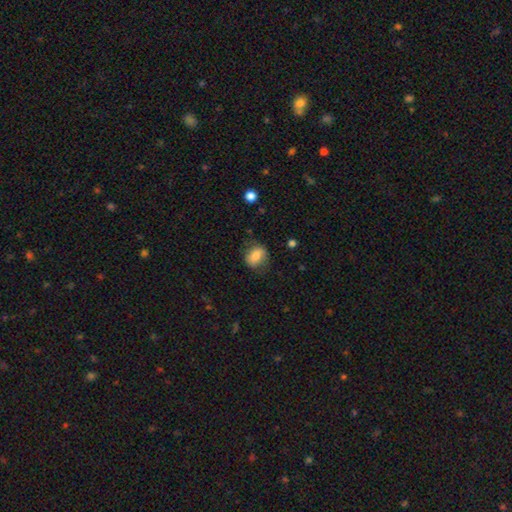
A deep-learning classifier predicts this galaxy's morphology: This is likely a smooth galaxy (76%). How rounded: possibly in between (55%). Merging: likely none (68%).